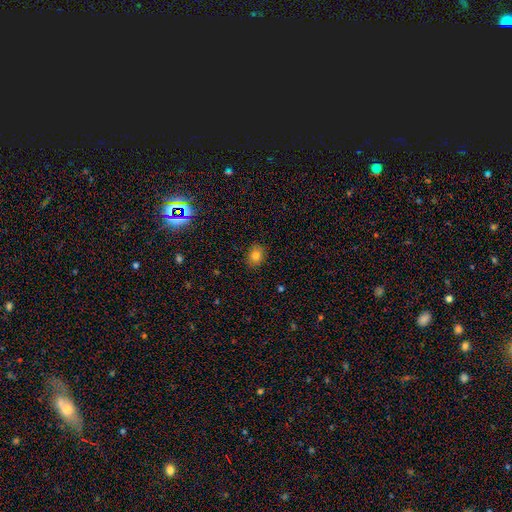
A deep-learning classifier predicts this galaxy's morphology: Overall: smooth (80%). How rounded: in between (52%; round 47%). Merging: none (88%).